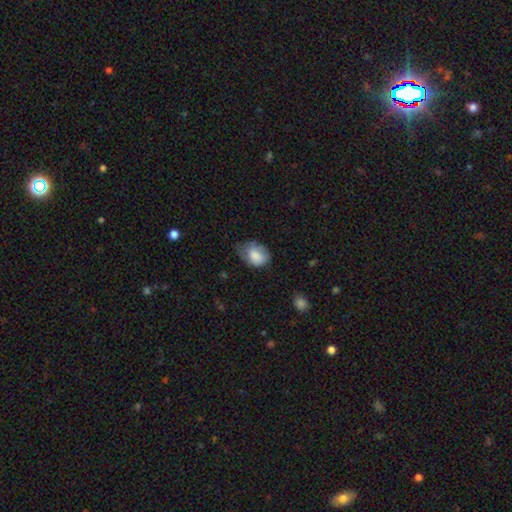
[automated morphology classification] Smooth or featured?
  - smooth: 80% *
  - featured or disk: 12%
  - star or artifact: 7%
How rounded?
  - in between: 75% *
  - round: 24%
  - cigar-shaped: 1%
Merging?
  - none: 42% *
  - minor disturbance: 41%
  - major disturbance: 15%
  - merger: 2%